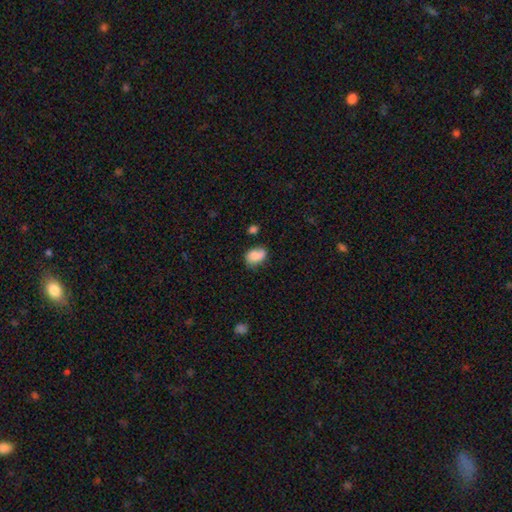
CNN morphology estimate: Smooth or featured: smooth — 76% (featured or disk — 15%)
How rounded: in between — 74% (round — 25%)
Merging: none — 55% (minor disturbance — 30%)